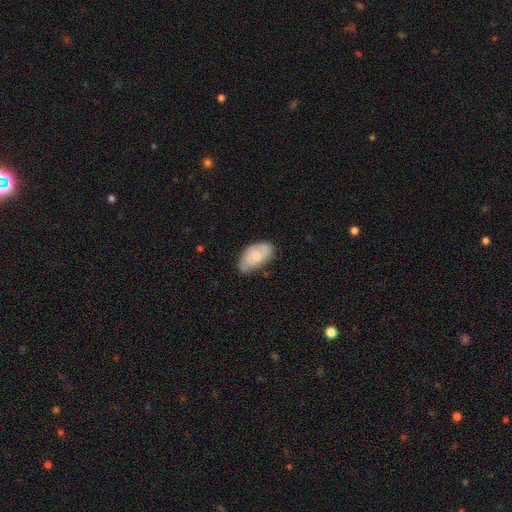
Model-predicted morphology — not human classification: The model was most divided on "smooth or featured": smooth: 54%, featured or disk: 39%, star or artifact: 7%. More confident: how rounded — in between (93%); merging — none (62%).